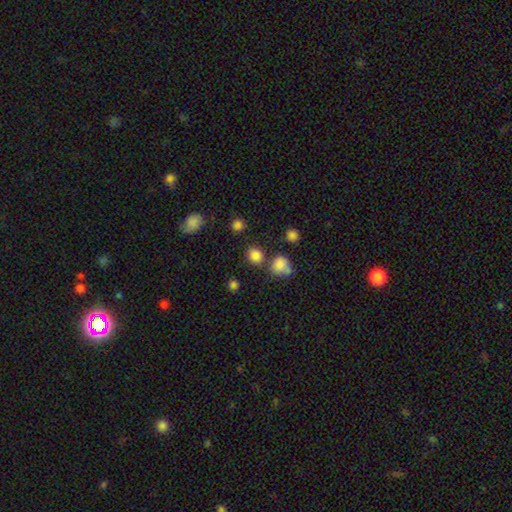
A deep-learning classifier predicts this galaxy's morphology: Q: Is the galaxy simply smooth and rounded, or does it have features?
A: smooth — 82%.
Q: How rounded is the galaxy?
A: round — 74%.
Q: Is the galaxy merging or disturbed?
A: none — 74%.